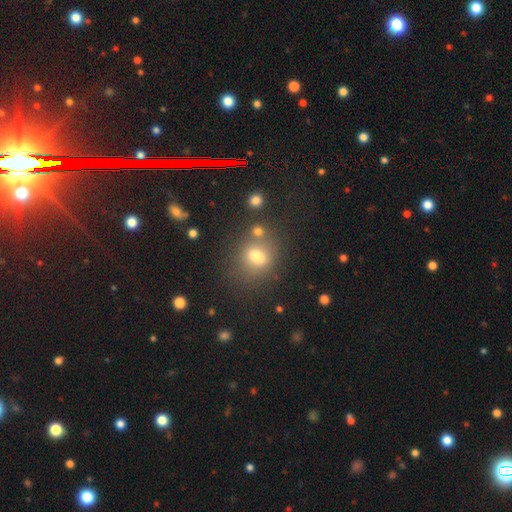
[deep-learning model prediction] smooth 69%, star or artifact 17%, featured or disk 13%. Down the decision tree: how rounded — round (51%); merging — none (65%).